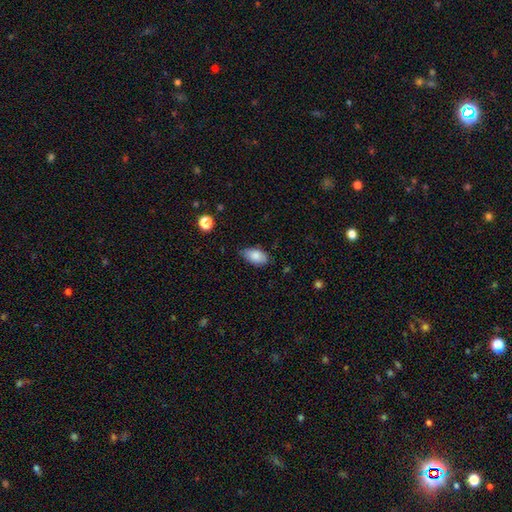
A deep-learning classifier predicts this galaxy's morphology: Smooth or featured? Predicted: smooth (p=0.85). How rounded? Predicted: in between (p=0.93). Merging? Predicted: none (p=0.69).